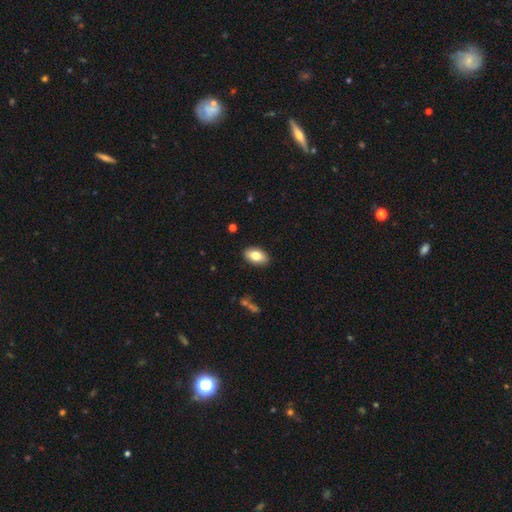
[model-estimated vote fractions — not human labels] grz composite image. It shows a smooth galaxy with no disk features (77%) that is in between round and cigar-shaped (93%). Merging: none (89%).